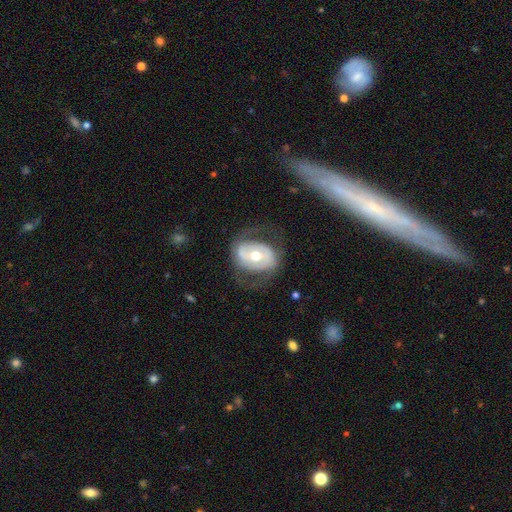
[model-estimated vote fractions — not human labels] Smooth or featured? Predicted: featured or disk (p=0.71). Edge-on disk? Predicted: no (p=0.95). Bar? Predicted: no (p=0.42). Spiral arms? Predicted: yes (p=0.63). Bulge size? Predicted: moderate (p=0.74). Merging? Predicted: none (p=0.62).